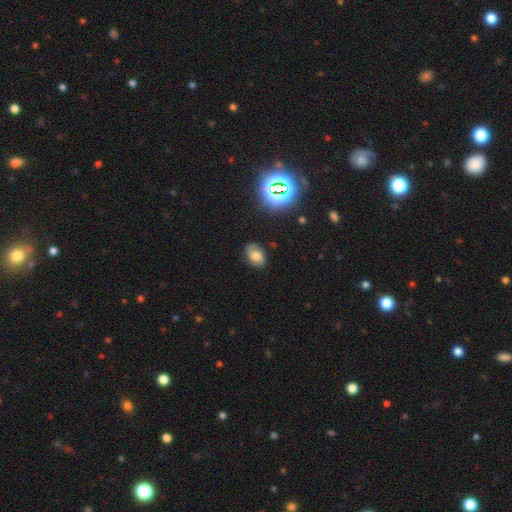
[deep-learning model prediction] A smooth galaxy with no disk features (60%) that is in between round and cigar-shaped (83%). Merging: none (75%).